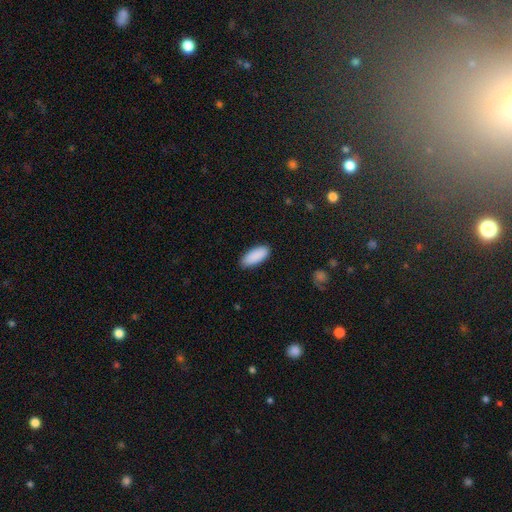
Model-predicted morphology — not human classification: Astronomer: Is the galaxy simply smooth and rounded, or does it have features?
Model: smooth — 91%.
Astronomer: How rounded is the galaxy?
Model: in between — 84%.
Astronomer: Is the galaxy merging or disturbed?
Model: none — 87%.